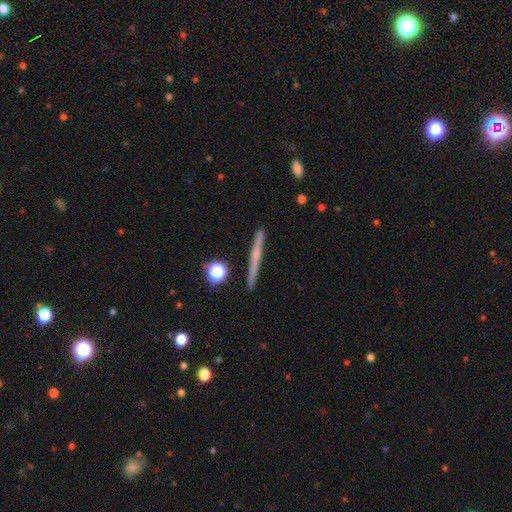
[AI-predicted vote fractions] The model was most divided on "smooth or featured": featured or disk: 47%, smooth: 46%, star or artifact: 7%. More confident: merging — none (90%).